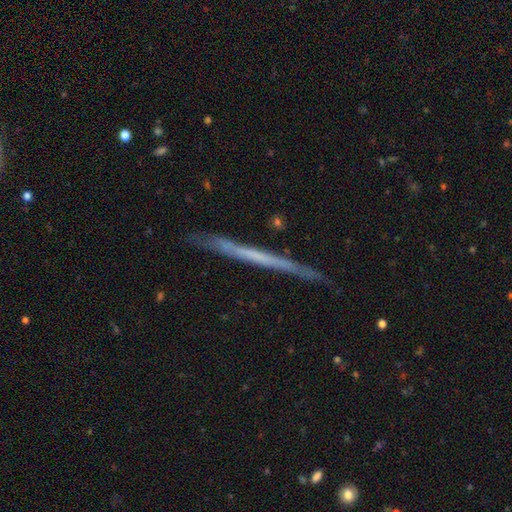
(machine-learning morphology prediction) Smooth or featured: featured or disk — 57% (smooth — 37%)
Edge-on disk: yes — 97% (no — 3%)
Edge-on bulge: none — 92% (rounded — 5%)
Merging: none — 87% (minor disturbance — 10%)